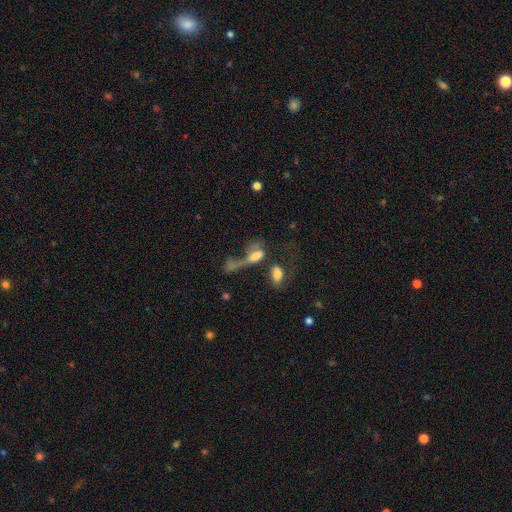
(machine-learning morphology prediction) Smooth or featured? Predicted: smooth (p=0.56). How rounded? Predicted: in between (p=0.76). Merging? Predicted: merger (p=0.44).